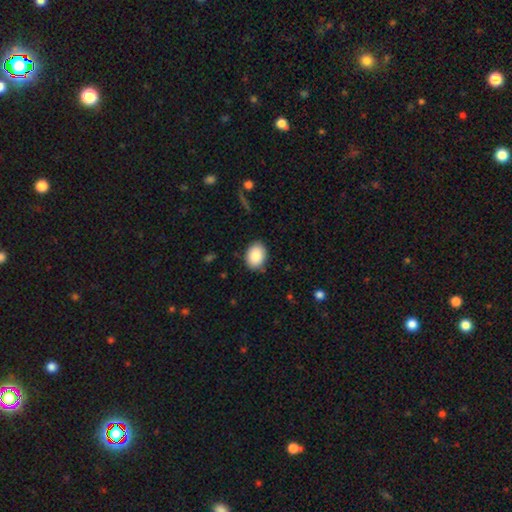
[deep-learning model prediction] Morphology: type=smooth (88%); roundness=in between (73%); merging=none (86%).